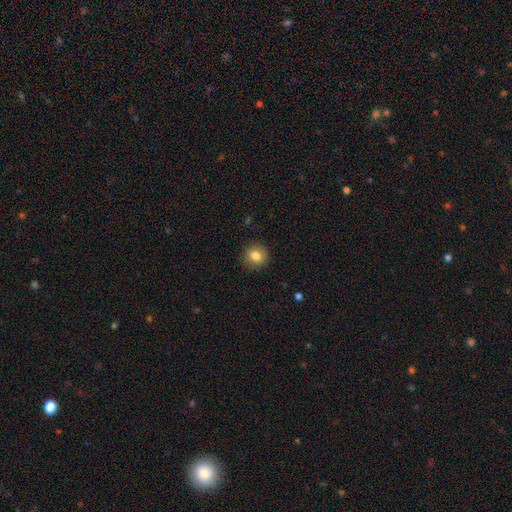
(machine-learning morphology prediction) Smooth or featured: smooth — 83% (star or artifact — 9%)
How rounded: round — 85% (in between — 14%)
Merging: none — 89% (minor disturbance — 8%)